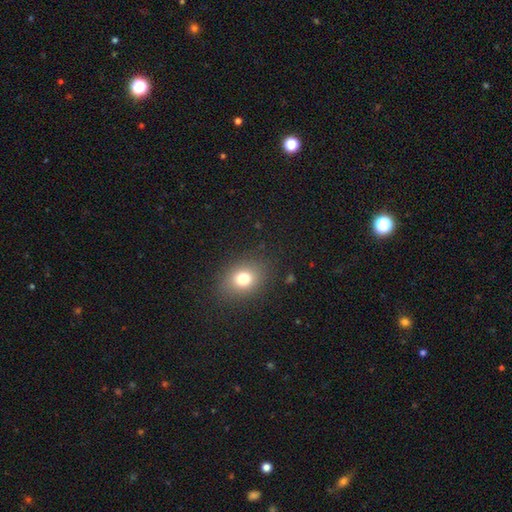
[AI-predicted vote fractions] smooth 72%, star or artifact 20%, featured or disk 8%. Down the decision tree: how rounded — round (51%); merging — none (91%).